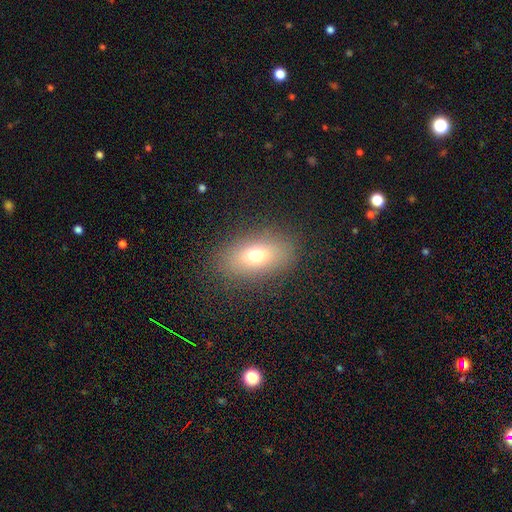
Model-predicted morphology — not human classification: The model was most divided on "smooth or featured": smooth: 68%, featured or disk: 17%, star or artifact: 15%. More confident: merging — none (84%); how rounded — in between (79%).